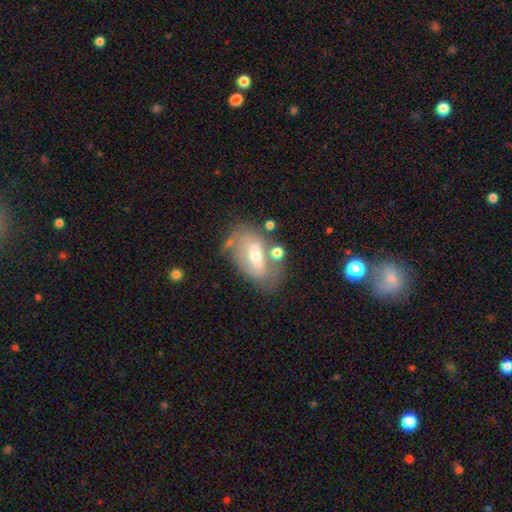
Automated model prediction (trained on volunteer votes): A featured or disk galaxy (56%). Merging: none (58%).